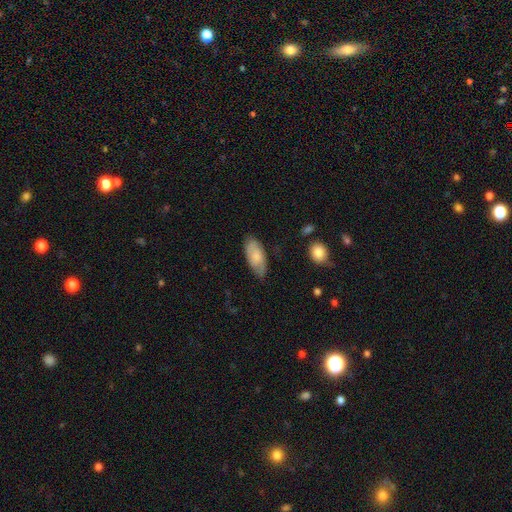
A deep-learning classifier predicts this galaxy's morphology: The model was most divided on "merging": none: 69%, minor disturbance: 25%, major disturbance: 4%, merger: 2%. More confident: how rounded — in between (89%); smooth or featured — smooth (71%).